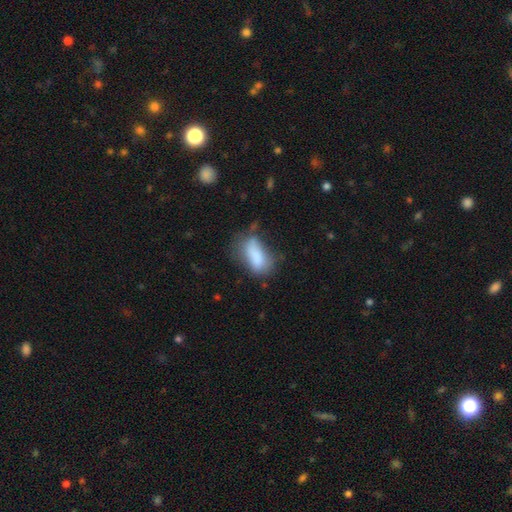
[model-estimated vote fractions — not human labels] The model was most divided on "merging": none: 38%, minor disturbance: 32%, major disturbance: 23%, merger: 7%. More confident: how rounded — in between (86%); smooth or featured — smooth (77%).